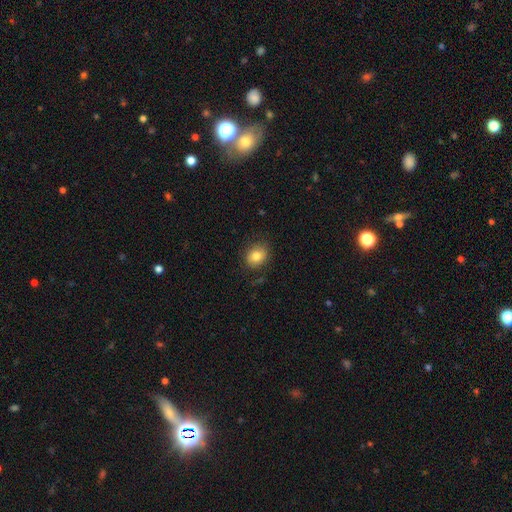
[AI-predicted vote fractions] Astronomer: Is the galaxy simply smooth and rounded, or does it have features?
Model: smooth — 80%.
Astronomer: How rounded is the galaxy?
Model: round — 62%.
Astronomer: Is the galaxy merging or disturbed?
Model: none — 81%.